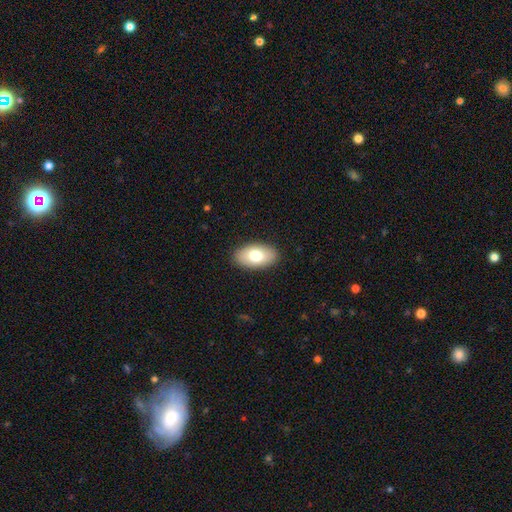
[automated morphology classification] A smooth galaxy with no disk features (76%) that is in between round and cigar-shaped (94%). Merging: none (88%).